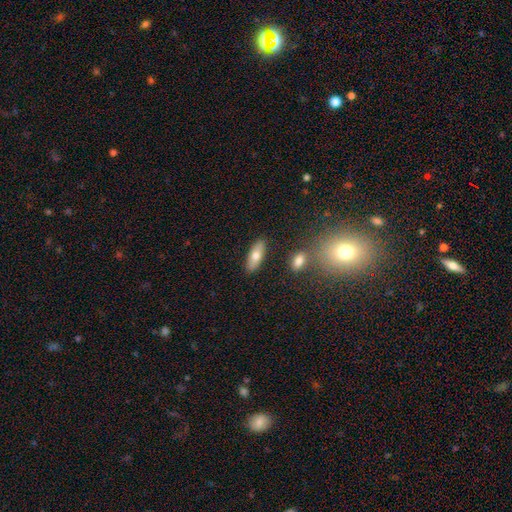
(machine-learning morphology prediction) Smooth or featured?
  - smooth: 71% *
  - featured or disk: 22%
  - star or artifact: 7%
How rounded?
  - in between: 71% *
  - cigar-shaped: 26%
  - round: 3%
Merging?
  - none: 86% *
  - minor disturbance: 9%
  - merger: 3%
  - major disturbance: 2%